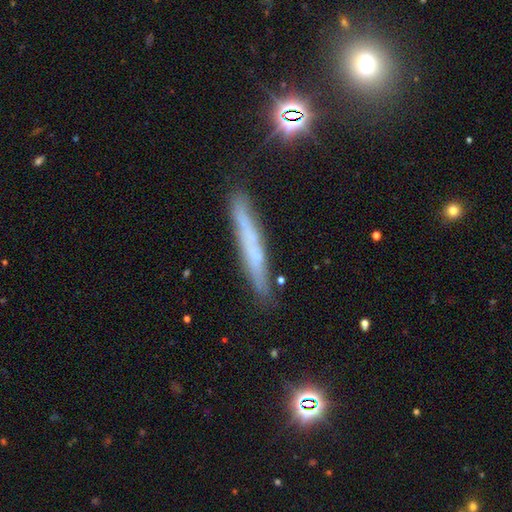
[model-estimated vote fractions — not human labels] The model was most divided on "smooth or featured": smooth: 50%, featured or disk: 40%, star or artifact: 9%. More confident: how rounded — cigar-shaped (91%); merging — none (84%).